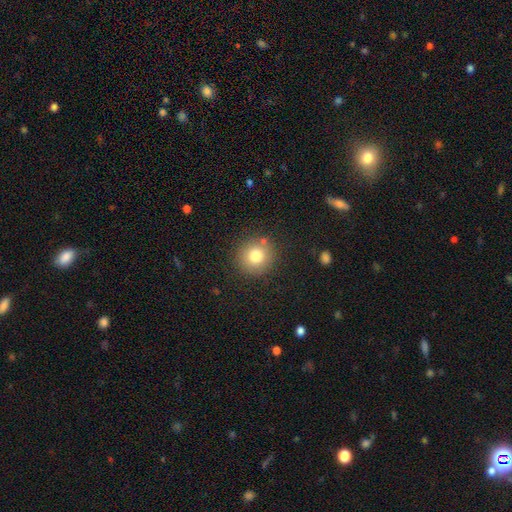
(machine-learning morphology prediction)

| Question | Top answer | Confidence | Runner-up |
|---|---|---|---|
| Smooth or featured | smooth | 78% | star or artifact (12%) |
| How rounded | round | 92% | in between (7%) |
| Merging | none | 85% | minor disturbance (9%) |